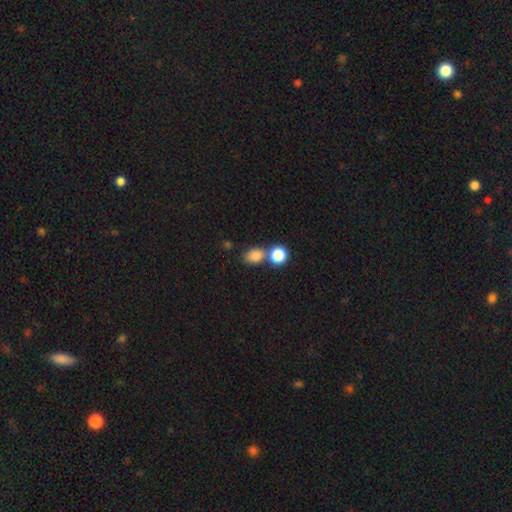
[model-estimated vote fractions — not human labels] smooth-or-featured: smooth: 82% | star or artifact: 12% | featured or disk: 6%
  how-rounded: in between: 58% | round: 40% | cigar-shaped: 1%
  merging: none: 53% | merger: 32% | minor disturbance: 11% | major disturbance: 4%